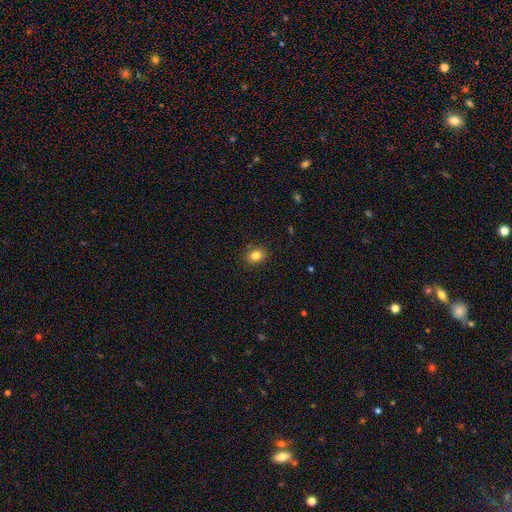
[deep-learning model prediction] smooth_or_featured: smooth (p=0.83) [alt: star or artifact p=0.11]
how_rounded: in between (p=0.52) [alt: round p=0.47]
merging: none (p=0.88) [alt: minor disturbance p=0.09]